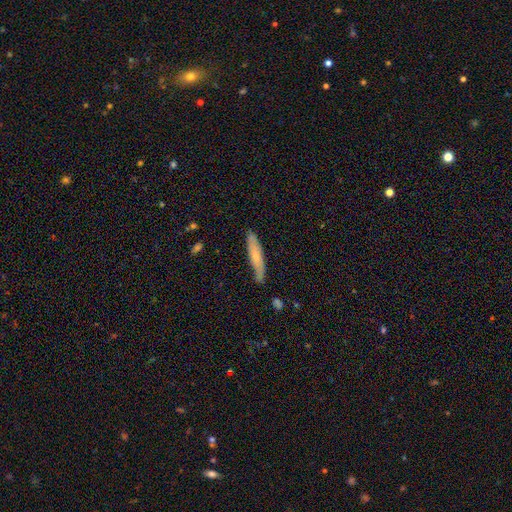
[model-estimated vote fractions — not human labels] This is likely a smooth galaxy (61%). How rounded: clearly cigar-shaped (88%). Merging: likely none (74%).